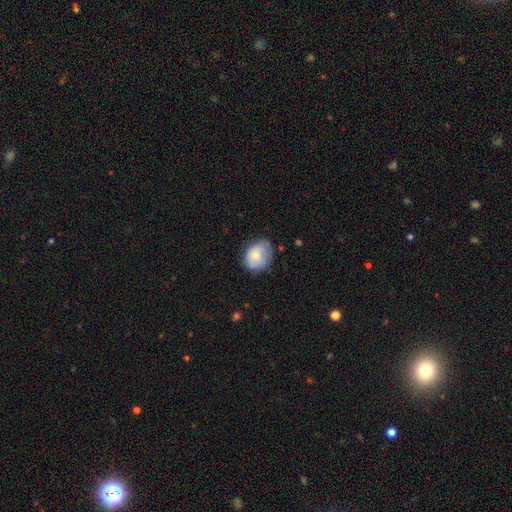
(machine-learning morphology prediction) Smooth or featured?
  - smooth: 68% *
  - featured or disk: 25%
  - star or artifact: 7%
How rounded?
  - in between: 52% *
  - round: 47%
  - cigar-shaped: 1%
Merging?
  - none: 60% *
  - minor disturbance: 30%
  - major disturbance: 8%
  - merger: 2%